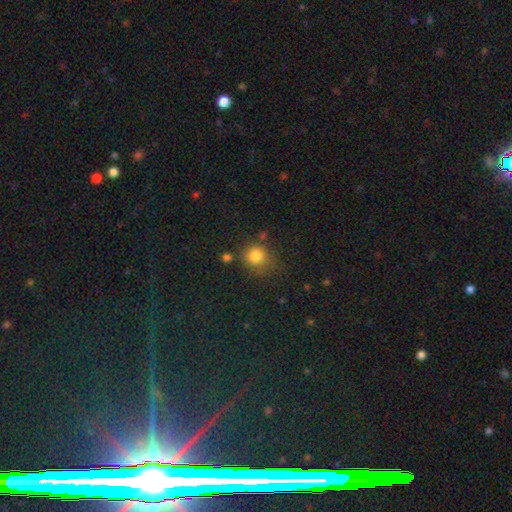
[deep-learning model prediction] smooth_or_featured: smooth (p=0.81) [alt: star or artifact p=0.13]
how_rounded: round (p=0.86) [alt: in between p=0.13]
merging: none (p=0.71) [alt: minor disturbance p=0.15]